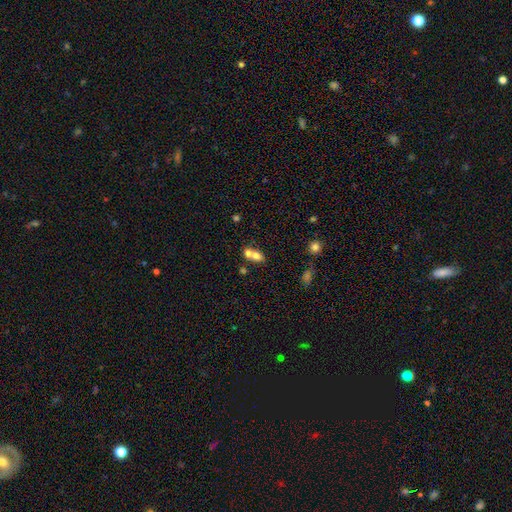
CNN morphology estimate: Q: Smooth or featured?
A: smooth (71%); runner-up: featured or disk (18%)
Q: How rounded?
A: in between (58%); runner-up: round (39%)
Q: Merging?
A: merger (68%); runner-up: none (23%)